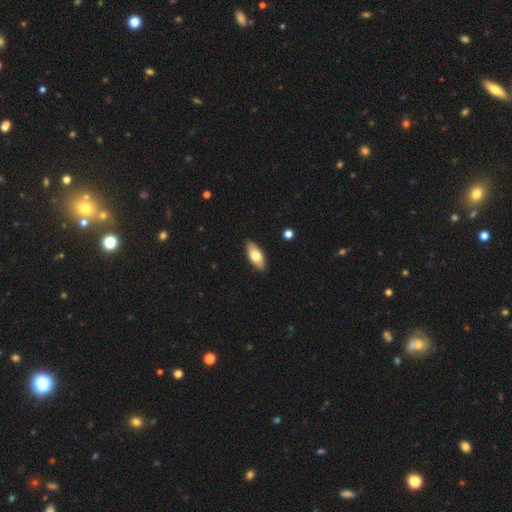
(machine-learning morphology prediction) Smooth or featured: smooth — 70% (featured or disk — 25%)
How rounded: in between — 83% (cigar-shaped — 14%)
Merging: none — 89% (minor disturbance — 8%)